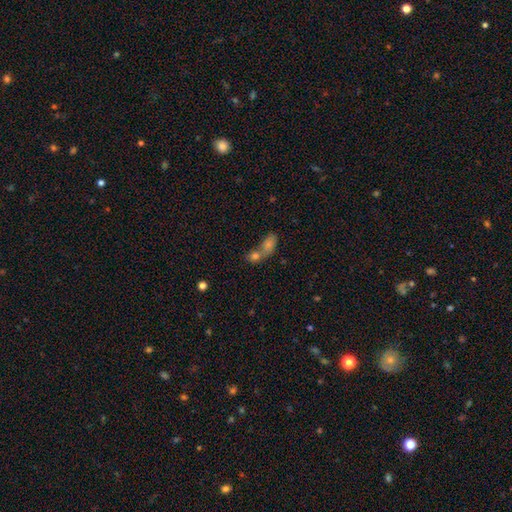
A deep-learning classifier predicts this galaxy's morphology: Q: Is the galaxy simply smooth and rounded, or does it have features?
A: smooth — 68%.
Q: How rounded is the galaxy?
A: in between — 65%.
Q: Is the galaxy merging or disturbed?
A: merger — 64%.